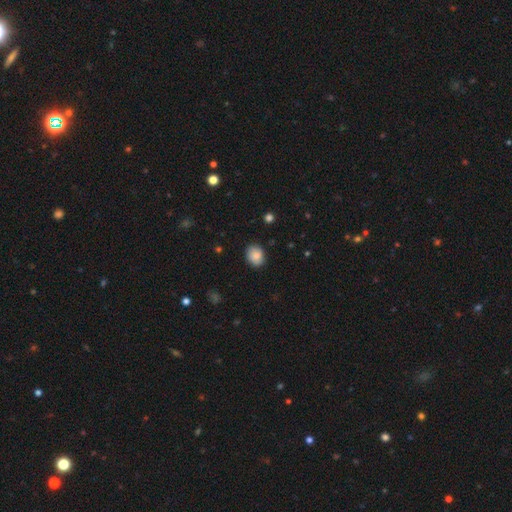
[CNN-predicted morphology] Smooth or featured?
  - smooth: 84% *
  - featured or disk: 8%
  - star or artifact: 8%
How rounded?
  - round: 50% *
  - in between: 49%
  - cigar-shaped: 1%
Merging?
  - none: 85% *
  - minor disturbance: 12%
  - major disturbance: 2%
  - merger: 1%